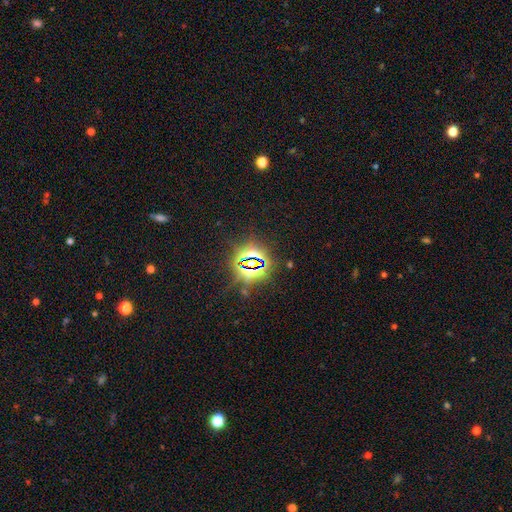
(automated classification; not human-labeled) Smooth or featured? star or artifact (82%)